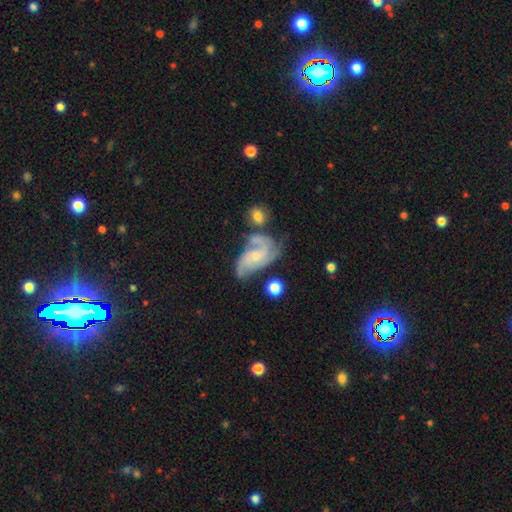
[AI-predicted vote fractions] smooth-or-featured: featured or disk: 83% | smooth: 11% | star or artifact: 6%
  disk-edge-on: no: 97% | yes: 3%
    bar: no: 61% | weak: 33% | strong: 6%
    has-spiral-arms: yes: 96% | no: 4%
      spiral-winding: medium: 49% | tight: 34% | loose: 17%
      spiral-arm-count: 3: 42% | 2: 31% | can't tell: 13% | 4: 7% | 1: 4% | more than 4: 4%
    bulge-size: small: 62% | moderate: 30% | none: 6% | large: 2% | dominant: 1%
  merging: none: 47% | minor disturbance: 23% | merger: 15% | major disturbance: 15%